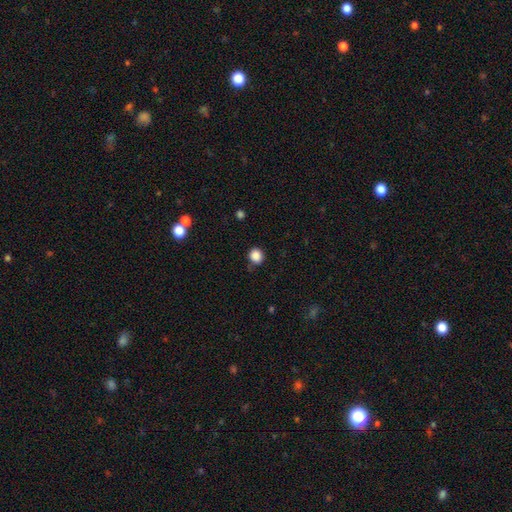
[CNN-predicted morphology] Q: Smooth or featured?
A: smooth (87%); runner-up: star or artifact (10%)
Q: How rounded?
A: round (83%); runner-up: in between (16%)
Q: Merging?
A: none (80%); runner-up: minor disturbance (14%)